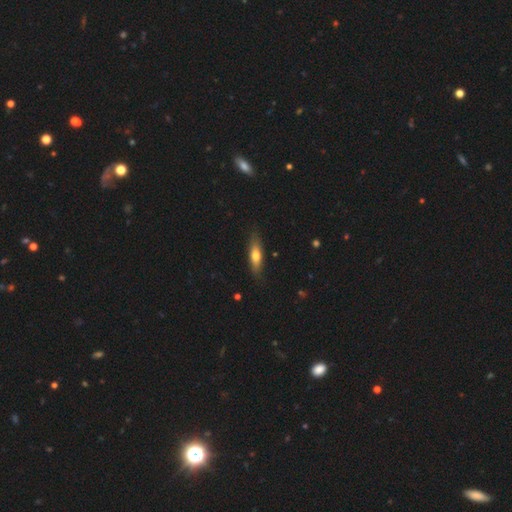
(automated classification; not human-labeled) Smooth or featured? Predicted: smooth (p=0.65). How rounded? Predicted: cigar-shaped (p=0.58). Merging? Predicted: none (p=0.83).